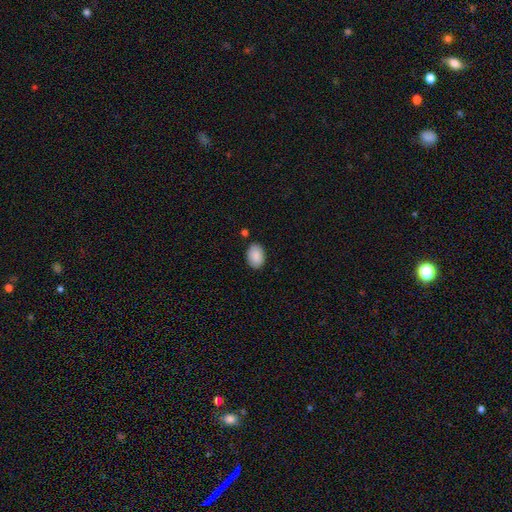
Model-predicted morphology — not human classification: Smooth or featured: smooth — 89% (star or artifact — 6%)
How rounded: in between — 86% (round — 13%)
Merging: none — 85% (minor disturbance — 11%)